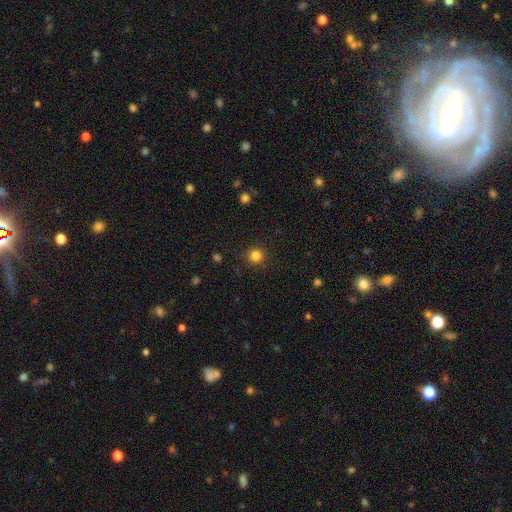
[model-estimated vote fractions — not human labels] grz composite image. It shows a smooth galaxy with no disk features (84%) that is round (94%). Merging: none (90%).